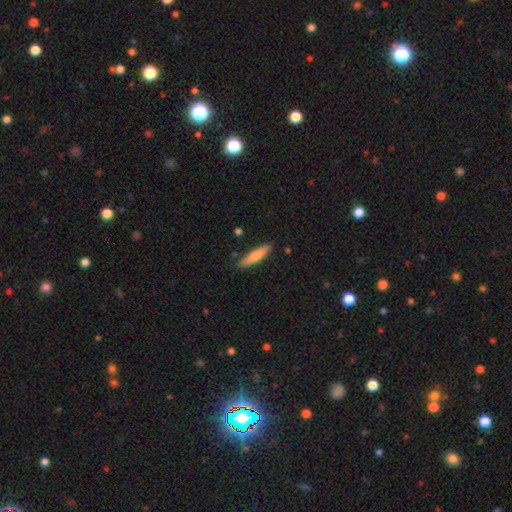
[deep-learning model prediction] Morphology: type=smooth (70%); roundness=cigar-shaped (80%); merging=none (86%).